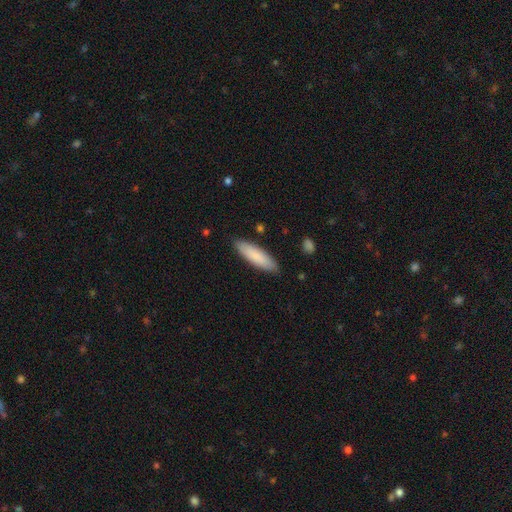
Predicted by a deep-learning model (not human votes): Morphology: type=smooth (85%); roundness=cigar-shaped (59%); merging=none (87%).